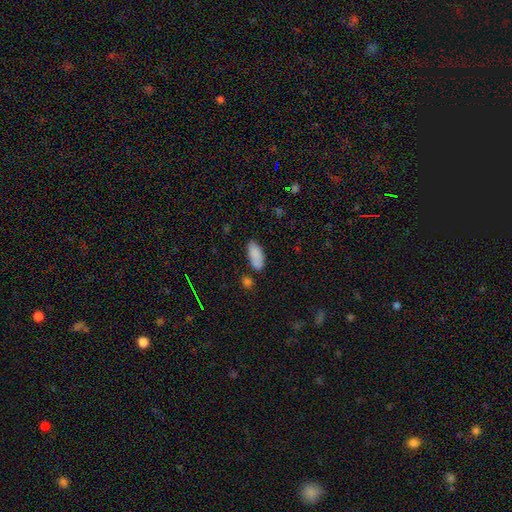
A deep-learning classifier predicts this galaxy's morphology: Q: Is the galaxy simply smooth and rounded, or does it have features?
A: smooth — 86%.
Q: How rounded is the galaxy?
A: in between — 89%.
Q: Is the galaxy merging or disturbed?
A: none — 73%.